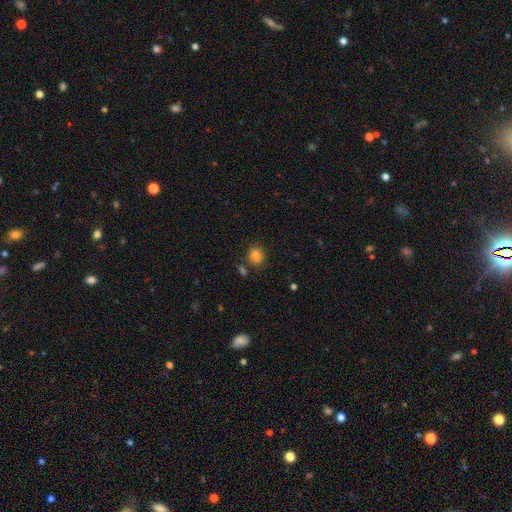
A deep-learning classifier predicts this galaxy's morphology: smooth 83%, star or artifact 12%, featured or disk 5%. Down the decision tree: how rounded — round (56%); merging — none (77%).